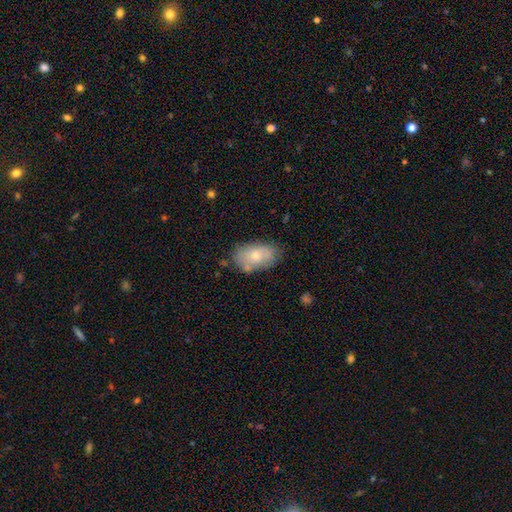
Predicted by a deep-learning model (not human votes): A smooth galaxy with no disk features (68%) that is in between round and cigar-shaped (91%). Merging: none (64%).